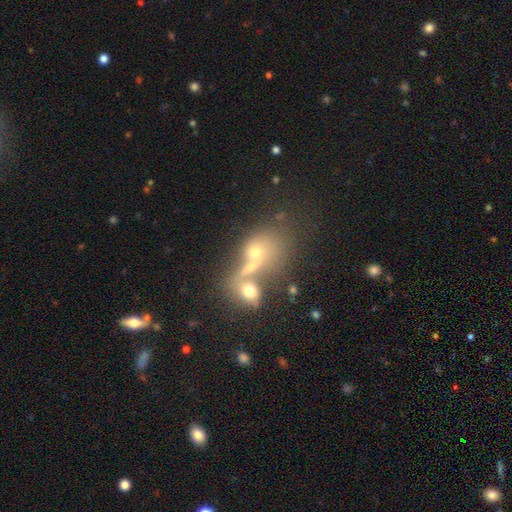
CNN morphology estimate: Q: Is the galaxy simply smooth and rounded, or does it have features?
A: smooth — 56%.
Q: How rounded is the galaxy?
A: in between — 49%.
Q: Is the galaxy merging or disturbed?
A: merger — 69%.